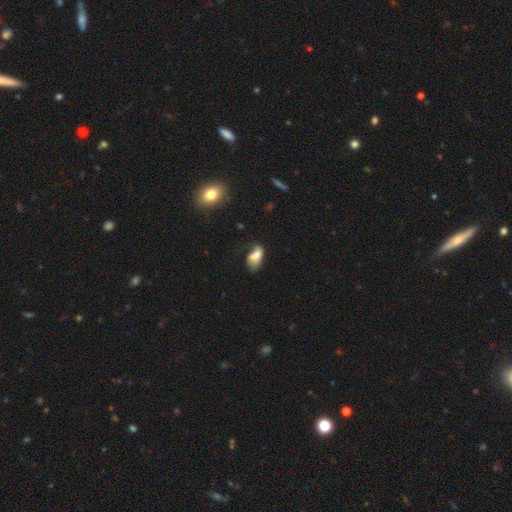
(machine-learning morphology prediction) type=smooth (69%); roundness=in between (90%); merging=none (31%).